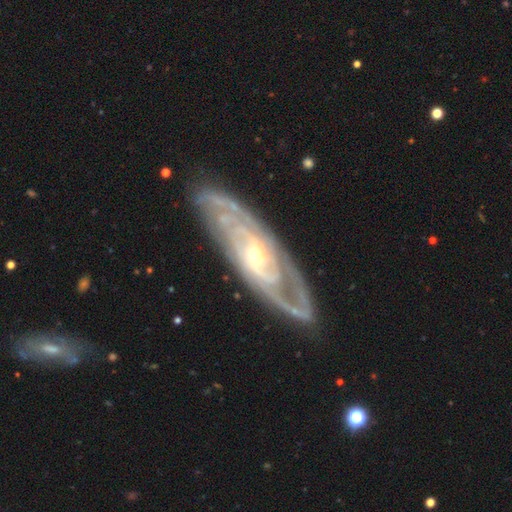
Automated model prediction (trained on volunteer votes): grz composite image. It shows a featured or disk galaxy (89%) with no bar (55%), 2 (43%) tight (63%) spiral arms (95%) and a small central bulge (67%). Merging: none (82%).